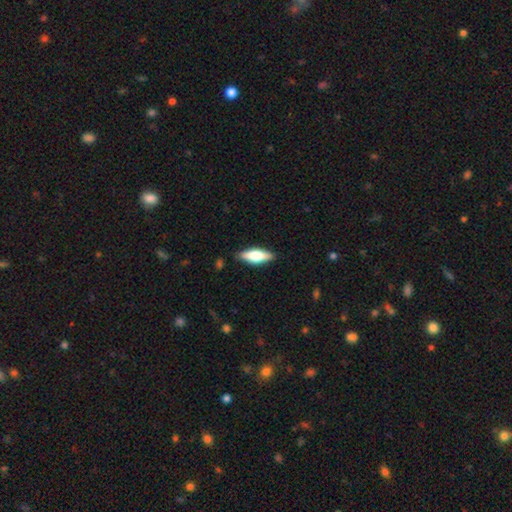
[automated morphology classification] Smooth or featured: smooth — 61% (featured or disk — 33%)
How rounded: in between — 63% (cigar-shaped — 35%)
Merging: none — 86% (minor disturbance — 11%)